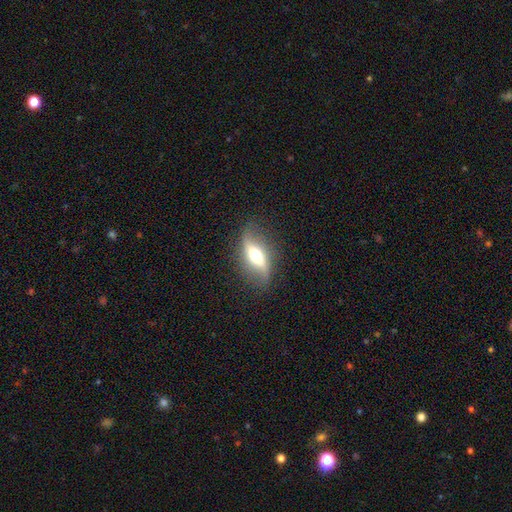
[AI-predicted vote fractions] The model was most divided on "edge-on disk": no: 60%, yes: 40%. More confident: merging — none (74%); smooth or featured — featured or disk (63%).